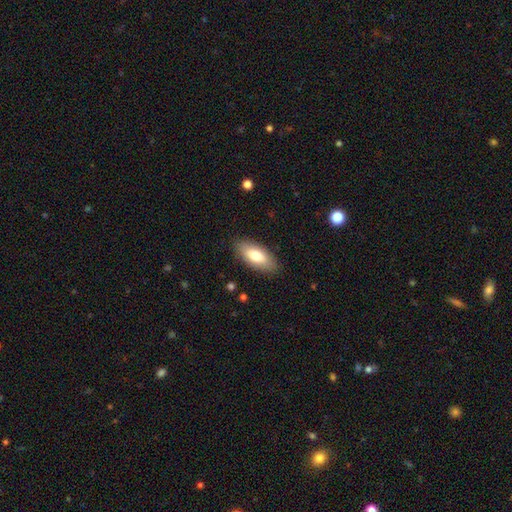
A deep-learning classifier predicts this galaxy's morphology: A smooth galaxy with no disk features (76%) that is in between round and cigar-shaped (85%). Merging: none (86%).